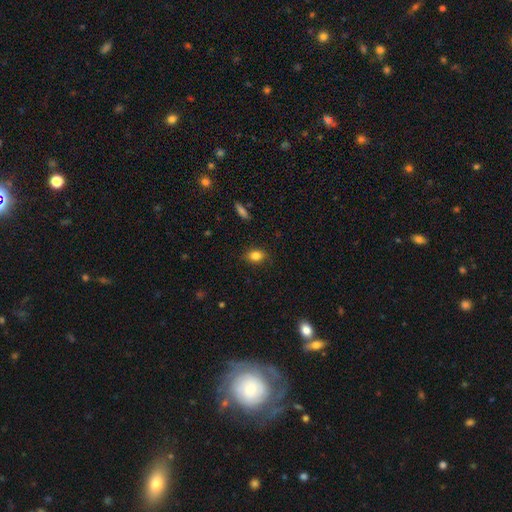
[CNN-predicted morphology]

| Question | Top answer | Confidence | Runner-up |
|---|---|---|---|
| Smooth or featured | smooth | 82% | star or artifact (10%) |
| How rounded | in between | 64% | round (35%) |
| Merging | none | 84% | minor disturbance (13%) |